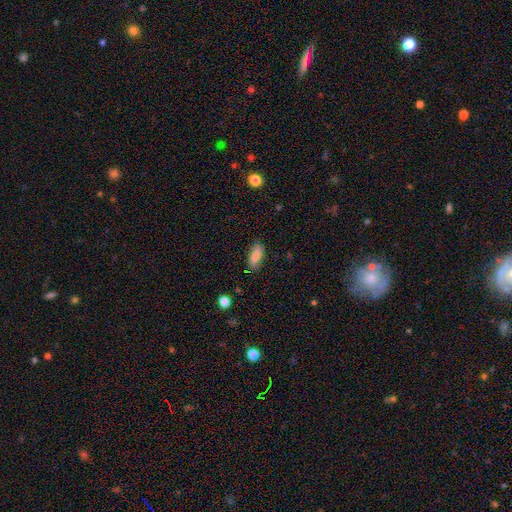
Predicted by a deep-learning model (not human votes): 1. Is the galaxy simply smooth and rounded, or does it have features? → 78% smooth, 15% featured or disk, 7% star or artifact.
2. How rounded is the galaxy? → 77% in between, 20% cigar-shaped, 3% round.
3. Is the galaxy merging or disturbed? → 84% none, 12% minor disturbance, 2% major disturbance, 1% merger.